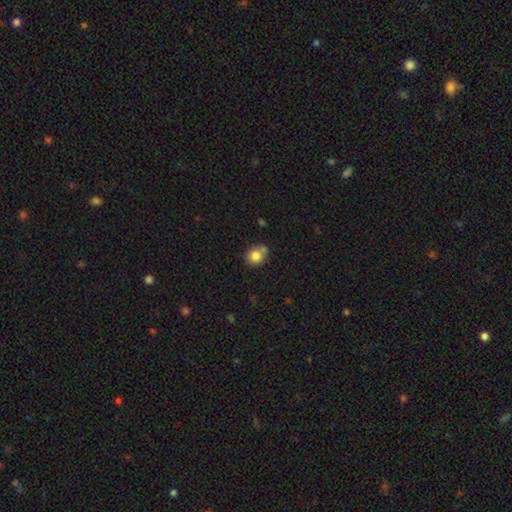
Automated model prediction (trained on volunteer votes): smooth_or_featured: smooth (p=0.81) [alt: star or artifact p=0.10]
how_rounded: round (p=0.75) [alt: in between p=0.24]
merging: none (p=0.59) [alt: merger p=0.18]